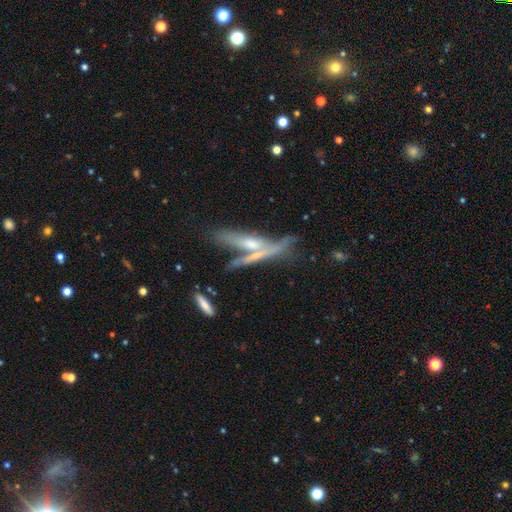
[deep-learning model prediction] smooth-or-featured: featured or disk: 56% | smooth: 37% | star or artifact: 7%
  disk-edge-on: yes: 79% | no: 21%
  merging: none: 39% | merger: 38% | minor disturbance: 15% | major disturbance: 8%